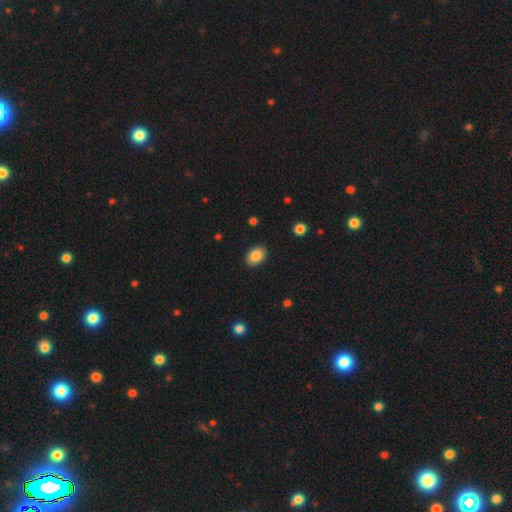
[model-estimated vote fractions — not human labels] smooth 86%, star or artifact 8%, featured or disk 6%. Down the decision tree: how rounded — in between (74%); merging — none (89%).